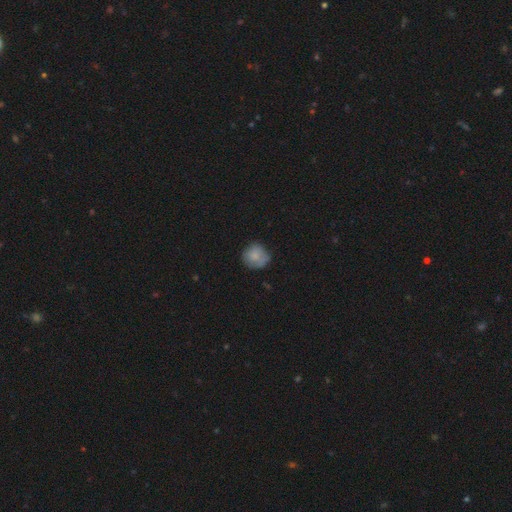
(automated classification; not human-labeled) The model was most divided on "merging": none: 68%, minor disturbance: 24%, major disturbance: 6%, merger: 2%. More confident: how rounded — round (88%); smooth or featured — smooth (77%).